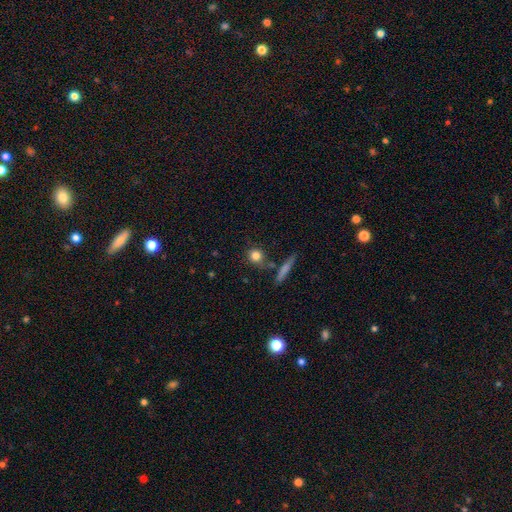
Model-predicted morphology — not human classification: smooth-or-featured: smooth: 81% | featured or disk: 10% | star or artifact: 9%
  how-rounded: round: 80% | in between: 14% | cigar-shaped: 6%
  merging: none: 73% | minor disturbance: 13% | merger: 9% | major disturbance: 4%